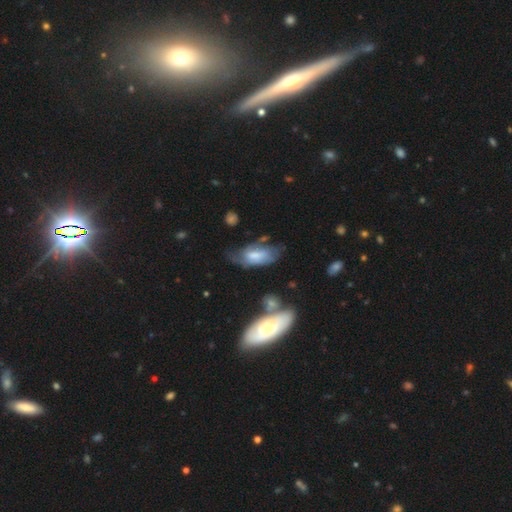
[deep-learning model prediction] A smooth galaxy with no disk features (46%, tied with featured or disk).

Vote fractions:
- Smooth or featured? smooth: 46% (tied) / featured or disk: 46% (tied) / star or artifact: 7%
- Merging? none: 47% / minor disturbance: 29% / major disturbance: 18% / merger: 6%